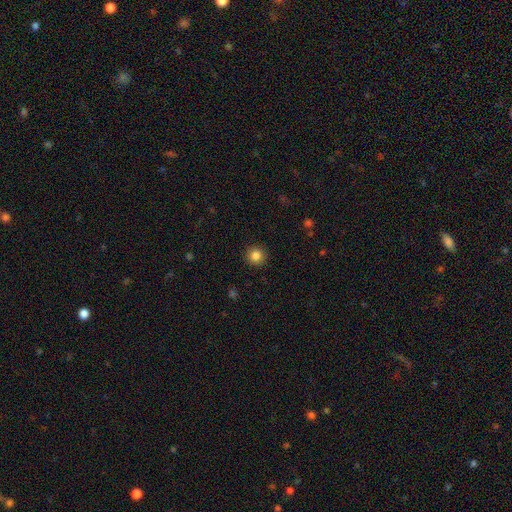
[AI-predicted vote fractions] This is clearly a smooth galaxy (85%). How rounded: clearly round (95%). Merging: clearly none (92%).